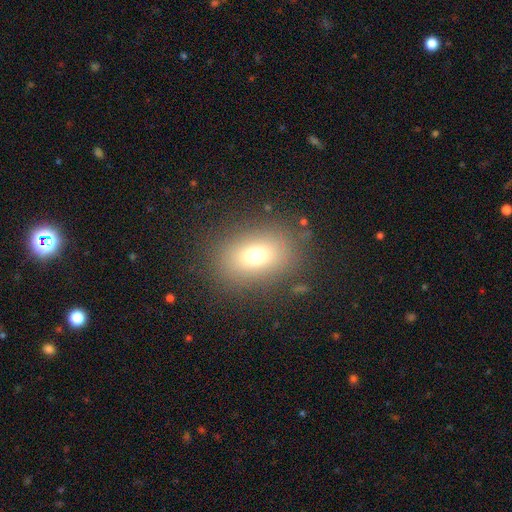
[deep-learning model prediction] A smooth galaxy with no disk features (71%) that is in between round and cigar-shaped (63%).

Vote fractions:
- Smooth or featured? smooth: 71% / star or artifact: 16% / featured or disk: 14%
- How rounded? in between: 63% / round: 35% / cigar-shaped: 1%
- Merging? none: 82% / minor disturbance: 10% / major disturbance: 6% / merger: 2%